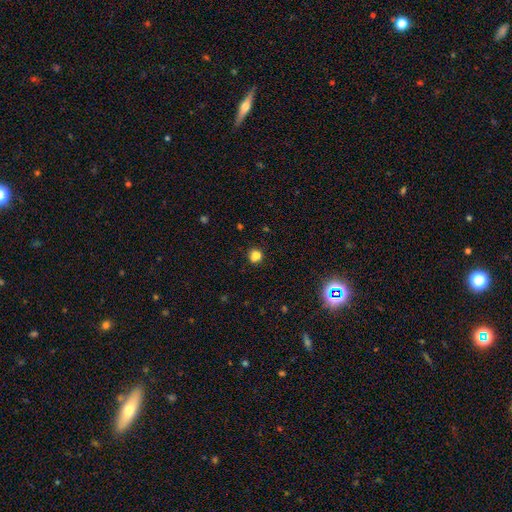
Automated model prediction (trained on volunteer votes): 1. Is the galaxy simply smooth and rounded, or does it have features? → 79% smooth, 15% star or artifact, 6% featured or disk.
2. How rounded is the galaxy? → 84% round, 15% in between, 1% cigar-shaped.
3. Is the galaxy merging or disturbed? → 74% none, 13% minor disturbance, 9% merger, 4% major disturbance.